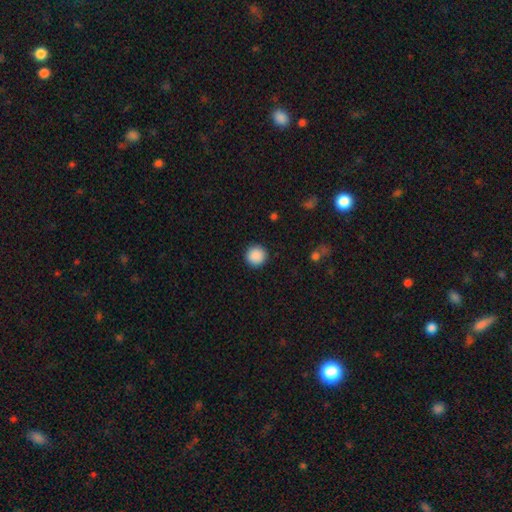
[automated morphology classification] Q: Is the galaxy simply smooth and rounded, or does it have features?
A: smooth — 89%.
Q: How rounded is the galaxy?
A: round — 95%.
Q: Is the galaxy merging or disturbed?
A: none — 92%.